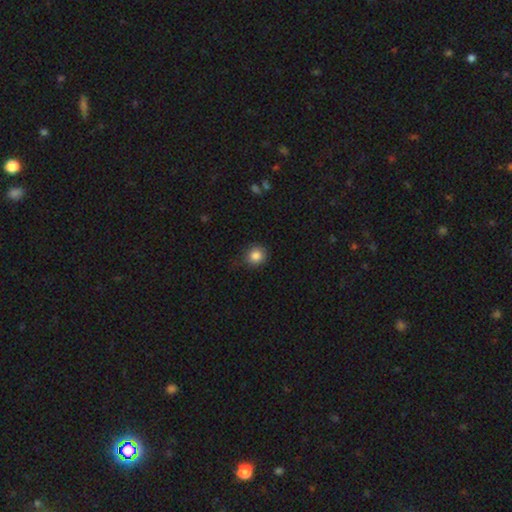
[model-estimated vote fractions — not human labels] smooth_or_featured: smooth (p=0.85) [alt: star or artifact p=0.10]
how_rounded: round (p=0.89) [alt: in between p=0.10]
merging: none (p=0.82) [alt: minor disturbance p=0.14]